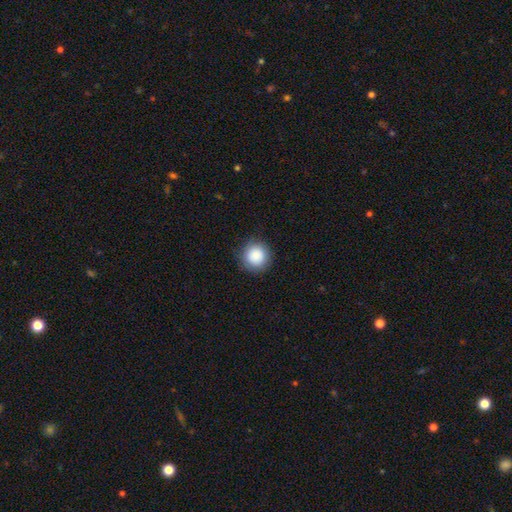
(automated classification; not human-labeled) This is clearly a smooth galaxy (88%). How rounded: clearly round (95%). Merging: clearly none (90%).